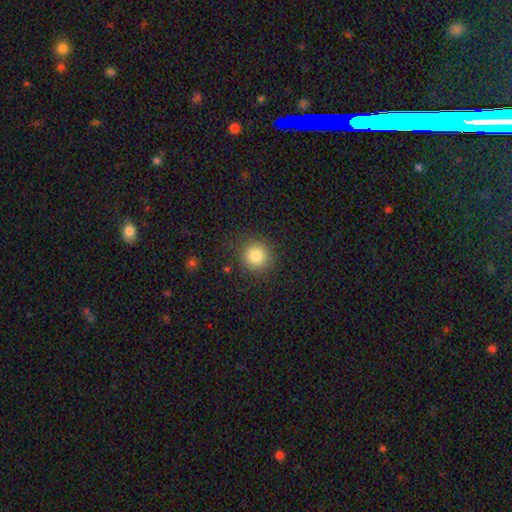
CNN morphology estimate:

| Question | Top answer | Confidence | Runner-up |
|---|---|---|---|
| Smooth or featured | smooth | 83% | star or artifact (11%) |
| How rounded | round | 92% | in between (7%) |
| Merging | none | 86% | minor disturbance (9%) |